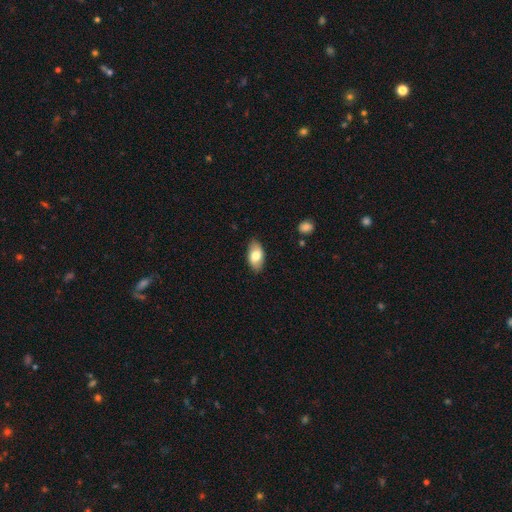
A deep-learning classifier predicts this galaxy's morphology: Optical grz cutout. It shows a smooth galaxy with no disk features (76%) that is in between round and cigar-shaped (94%). Merging: none (84%).